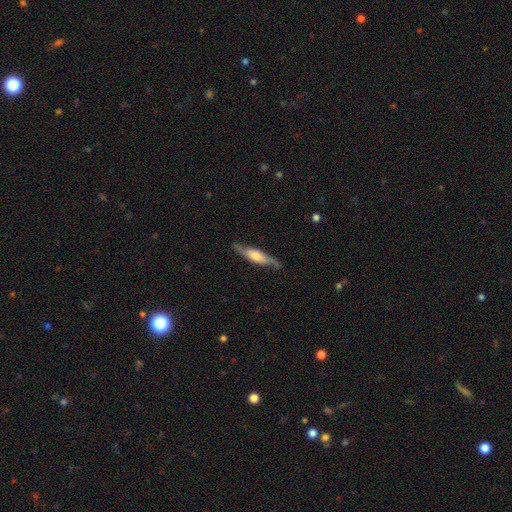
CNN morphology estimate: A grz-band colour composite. It shows a featured or disk galaxy (63%) viewed edge-on (69%). Merging: none (79%).